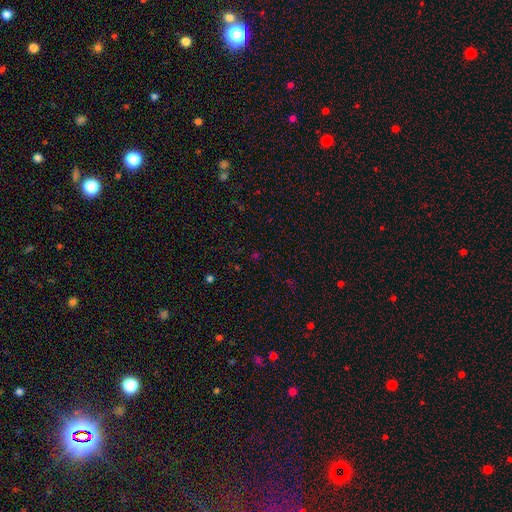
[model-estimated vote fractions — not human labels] Smooth or featured? star or artifact (60%)